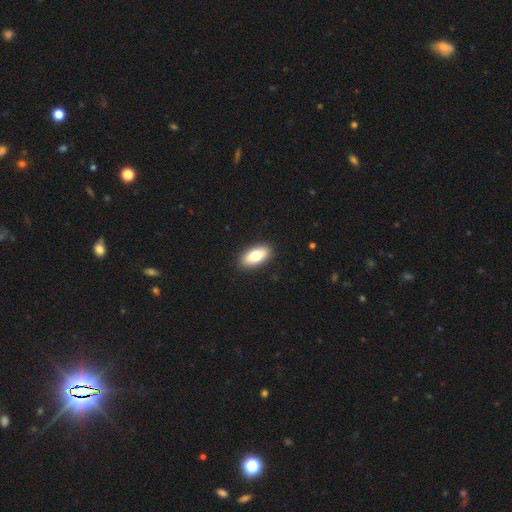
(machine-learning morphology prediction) Overall: smooth (78%). How rounded: in between (89%). Merging: none (90%).